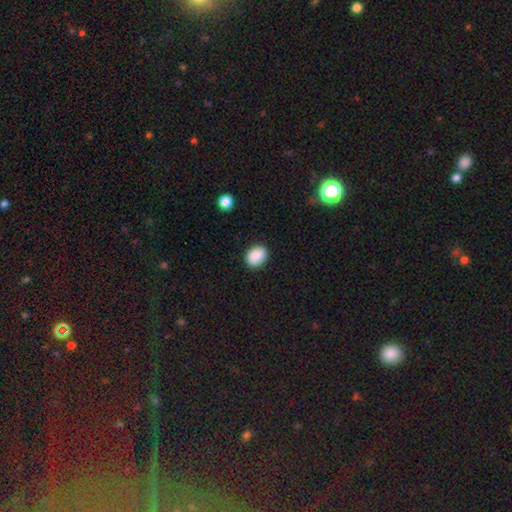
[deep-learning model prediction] A smooth galaxy with no disk features (89%) that is in between round and cigar-shaped (63%). Merging: none (87%).